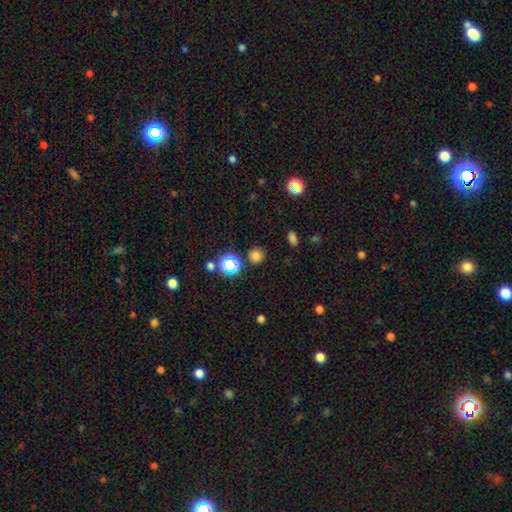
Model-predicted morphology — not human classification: This is likely a smooth galaxy (70%). How rounded: clearly round (91%). Merging: clearly none (85%).